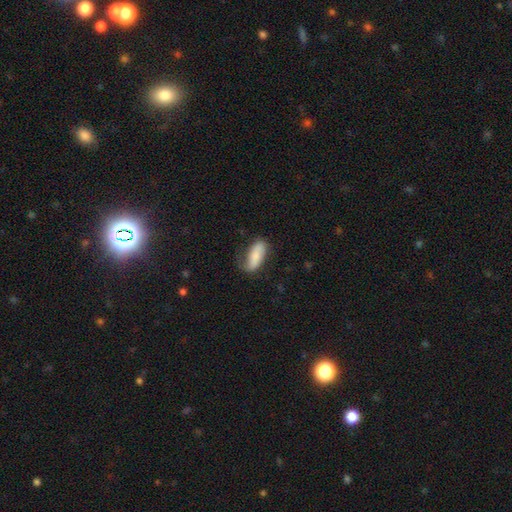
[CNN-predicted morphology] Smooth or featured?
  - smooth: 74% *
  - featured or disk: 20%
  - star or artifact: 6%
How rounded?
  - in between: 70% *
  - cigar-shaped: 27%
  - round: 2%
Merging?
  - none: 60% *
  - minor disturbance: 28%
  - major disturbance: 10%
  - merger: 2%